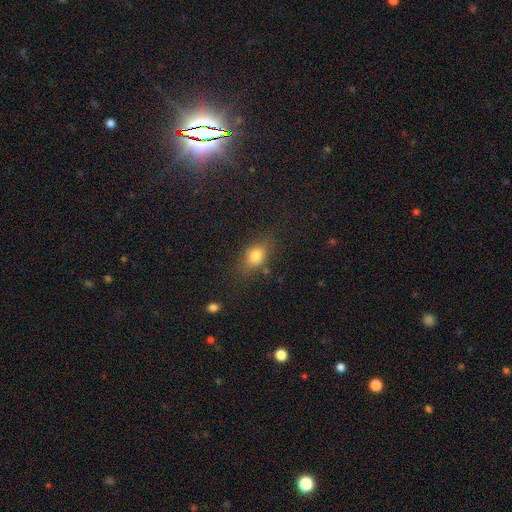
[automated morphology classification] Overall: smooth (78%). How rounded: in between (66%; round 29%). Merging: none (71%).